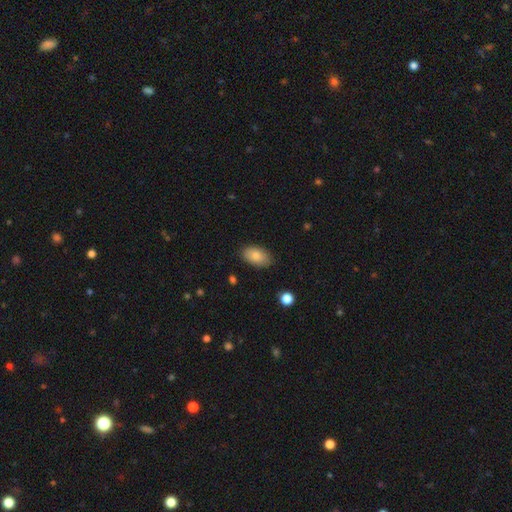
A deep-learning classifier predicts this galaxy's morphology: Smooth or featured? smooth (83%)
How rounded? in between (92%)
Merging? none (84%)